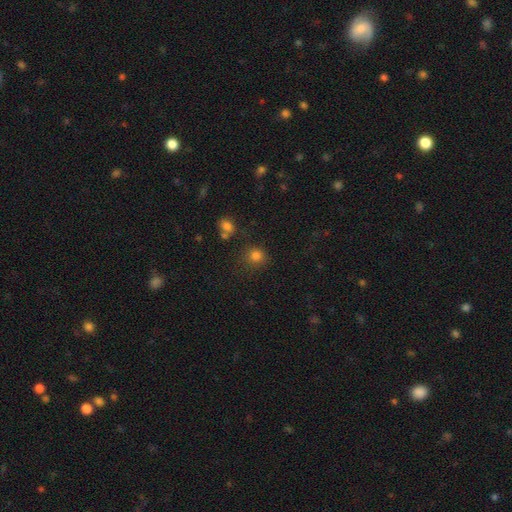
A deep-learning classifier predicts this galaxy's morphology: smooth_or_featured: smooth (p=0.80) [alt: star or artifact p=0.15]
how_rounded: round (p=0.86) [alt: in between p=0.13]
merging: none (p=0.76) [alt: minor disturbance p=0.13]